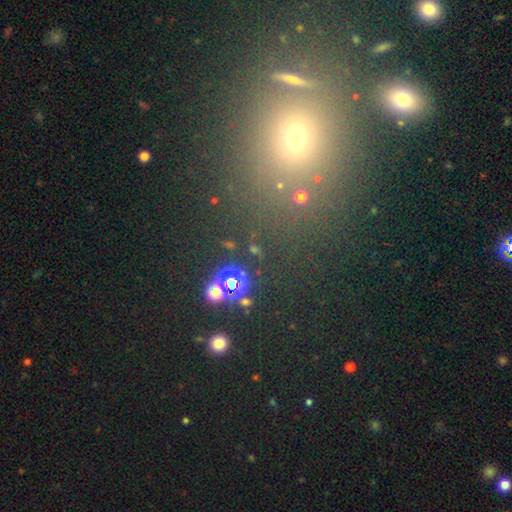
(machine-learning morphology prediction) Smooth or featured? Predicted: star or artifact (p=0.51).